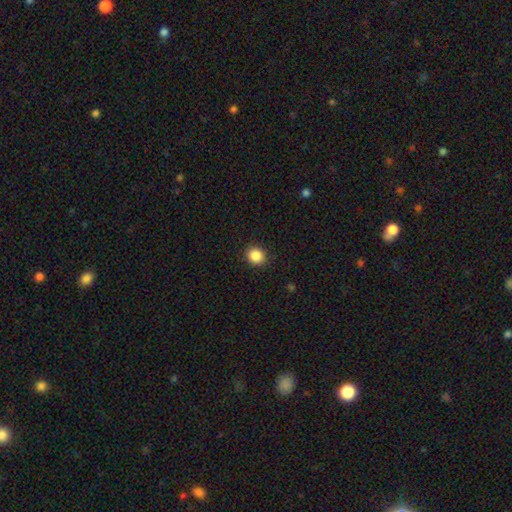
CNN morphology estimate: Smooth or featured?
  - smooth: 87% *
  - star or artifact: 10%
  - featured or disk: 4%
How rounded?
  - round: 79% *
  - in between: 20%
  - cigar-shaped: 1%
Merging?
  - none: 91% *
  - minor disturbance: 6%
  - major disturbance: 2%
  - merger: 1%